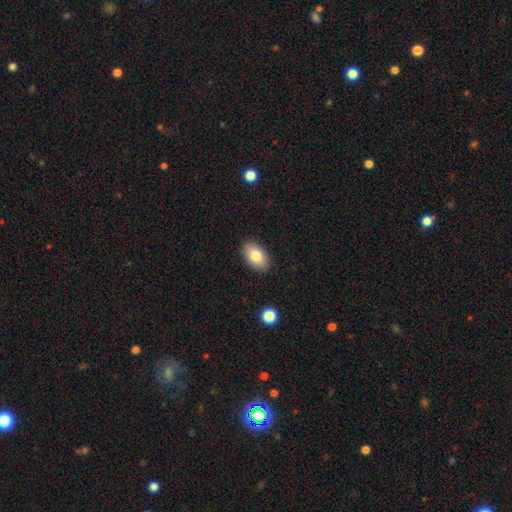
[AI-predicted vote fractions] smooth 83%, featured or disk 10%, star or artifact 7%. Down the decision tree: how rounded — in between (92%); merging — none (88%).